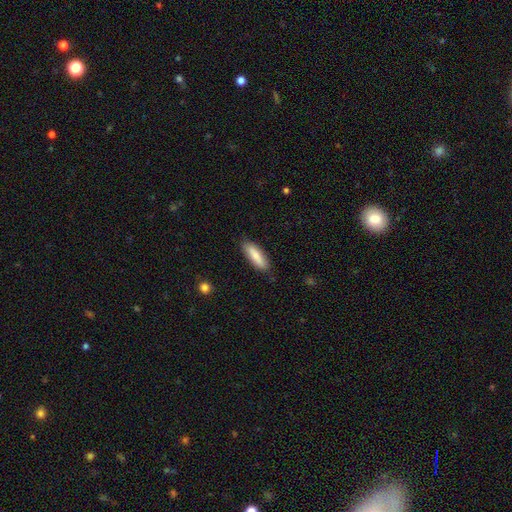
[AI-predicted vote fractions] Smooth or featured? Predicted: smooth (p=0.81). How rounded? Predicted: cigar-shaped (p=0.51). Merging? Predicted: none (p=0.85).